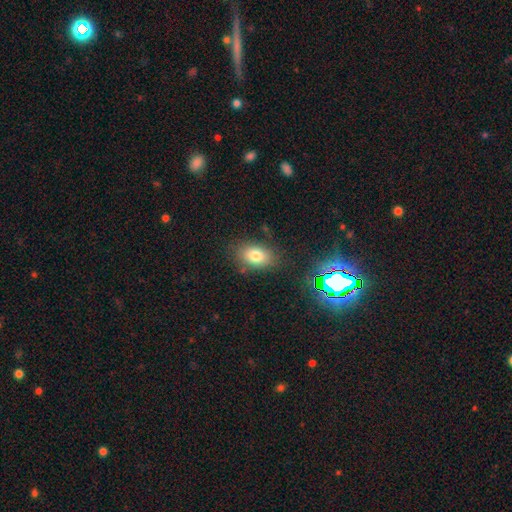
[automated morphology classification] smooth-or-featured: smooth: 78% | star or artifact: 11% | featured or disk: 10%
  how-rounded: in between: 83% | round: 15% | cigar-shaped: 2%
  merging: none: 77% | minor disturbance: 15% | major disturbance: 5% | merger: 3%